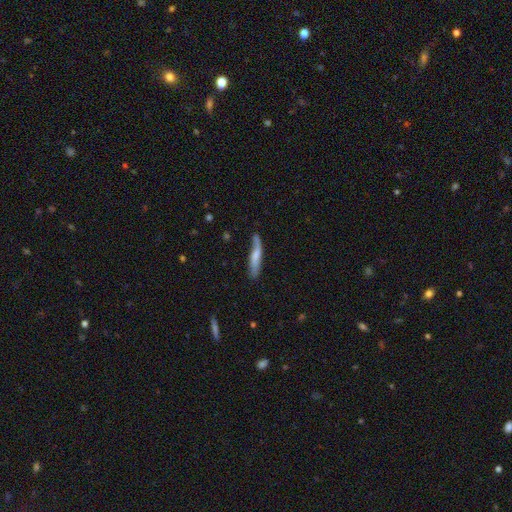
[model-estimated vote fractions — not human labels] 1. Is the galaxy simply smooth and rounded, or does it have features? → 56% smooth, 38% featured or disk, 6% star or artifact.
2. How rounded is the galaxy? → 86% cigar-shaped, 12% in between, 2% round.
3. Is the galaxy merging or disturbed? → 64% none, 25% minor disturbance, 8% major disturbance, 3% merger.